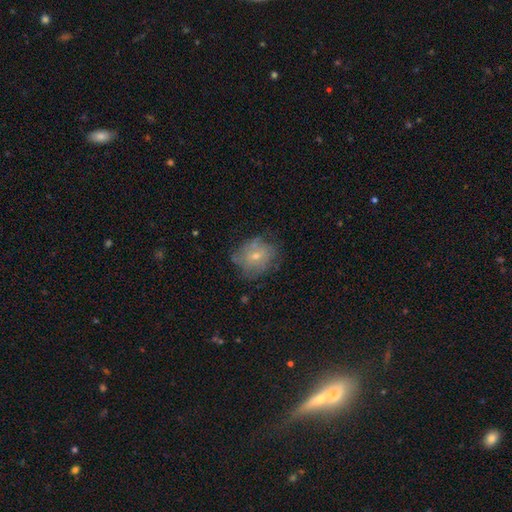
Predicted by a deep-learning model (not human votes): smooth_or_featured: smooth (p=0.50) [alt: featured or disk p=0.39]
how_rounded: round (p=0.65) [alt: in between p=0.34]
merging: none (p=0.61) [alt: minor disturbance p=0.25]